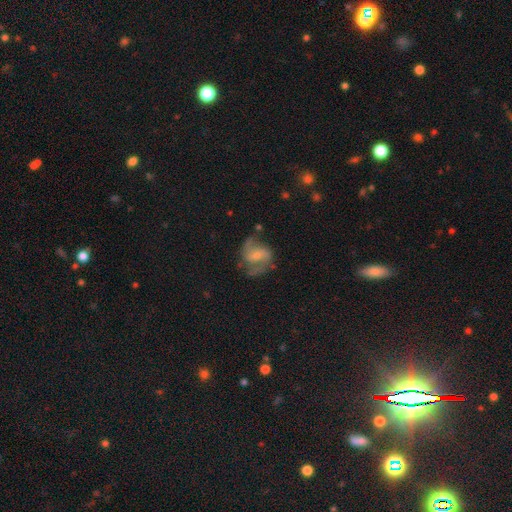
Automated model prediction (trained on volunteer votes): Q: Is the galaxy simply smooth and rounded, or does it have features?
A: featured or disk — 75%.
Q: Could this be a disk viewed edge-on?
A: no — 97%.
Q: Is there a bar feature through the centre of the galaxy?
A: weak — 48%.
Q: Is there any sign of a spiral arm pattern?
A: yes — 91%.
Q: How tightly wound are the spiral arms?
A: medium — 51%.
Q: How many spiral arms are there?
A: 2 — 83%.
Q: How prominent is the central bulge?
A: small — 54%.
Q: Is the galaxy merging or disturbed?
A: none — 64%.